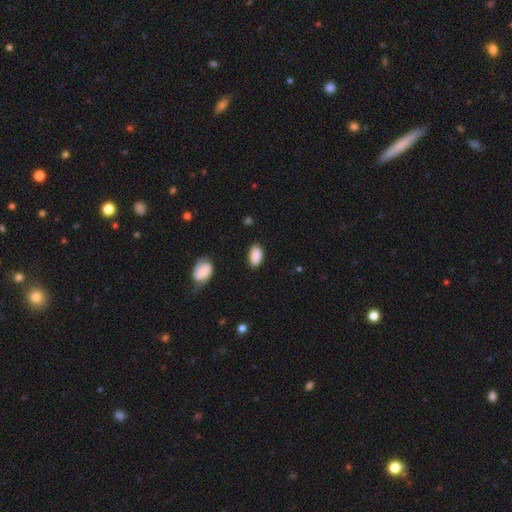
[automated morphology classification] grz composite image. It shows a smooth galaxy with no disk features (88%) that is in between round and cigar-shaped (94%). Merging: none (82%).